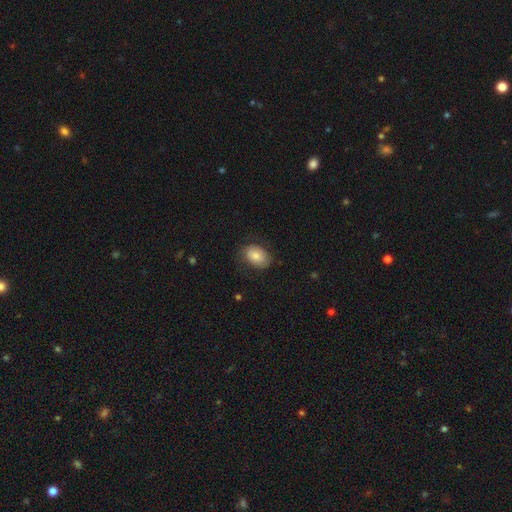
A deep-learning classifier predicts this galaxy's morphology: smooth-or-featured: smooth: 77% | featured or disk: 16% | star or artifact: 7%
  how-rounded: in between: 83% | round: 16% | cigar-shaped: 1%
  merging: none: 70% | minor disturbance: 21% | major disturbance: 8% | merger: 1%